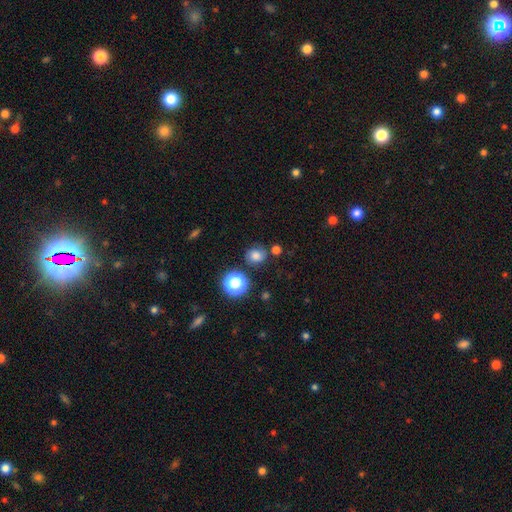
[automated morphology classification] Q: Smooth or featured?
A: smooth (72%); runner-up: star or artifact (18%)
Q: How rounded?
A: round (74%); runner-up: in between (25%)
Q: Merging?
A: none (72%); runner-up: minor disturbance (15%)